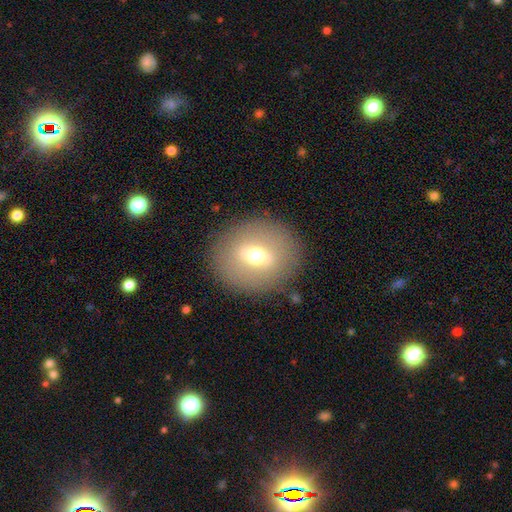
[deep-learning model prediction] Smooth or featured?
  - smooth: 54% *
  - featured or disk: 36%
  - star or artifact: 10%
How rounded?
  - round: 76% *
  - in between: 23%
  - cigar-shaped: 1%
Merging?
  - none: 87% *
  - minor disturbance: 8%
  - major disturbance: 4%
  - merger: 1%